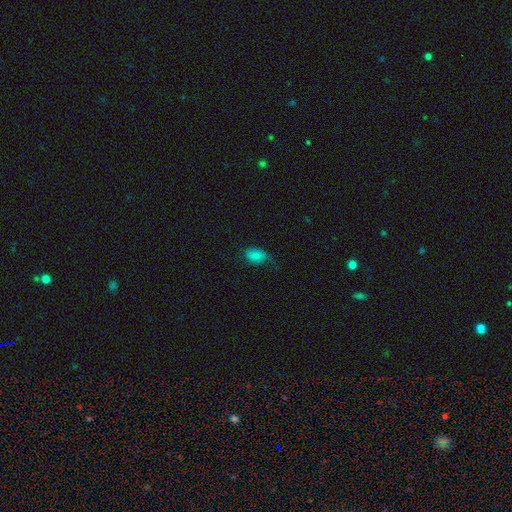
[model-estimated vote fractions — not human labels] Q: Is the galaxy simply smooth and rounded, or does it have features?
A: smooth — 80%.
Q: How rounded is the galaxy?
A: in between — 89%.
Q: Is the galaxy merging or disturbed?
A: none — 48%.